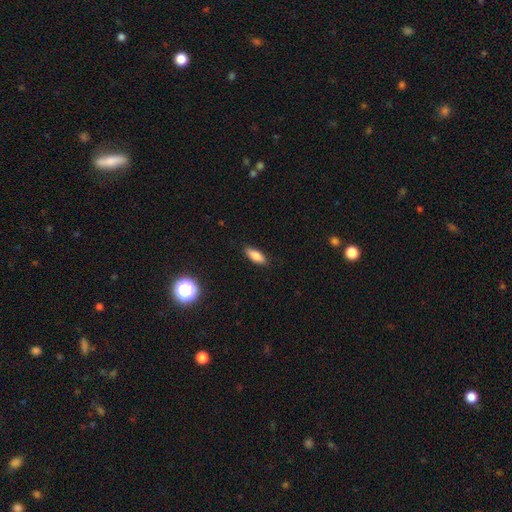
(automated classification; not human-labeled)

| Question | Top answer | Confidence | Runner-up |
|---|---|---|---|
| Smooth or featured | smooth | 82% | featured or disk (9%) |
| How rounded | in between | 74% | cigar-shaped (24%) |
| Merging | none | 87% | minor disturbance (10%) |